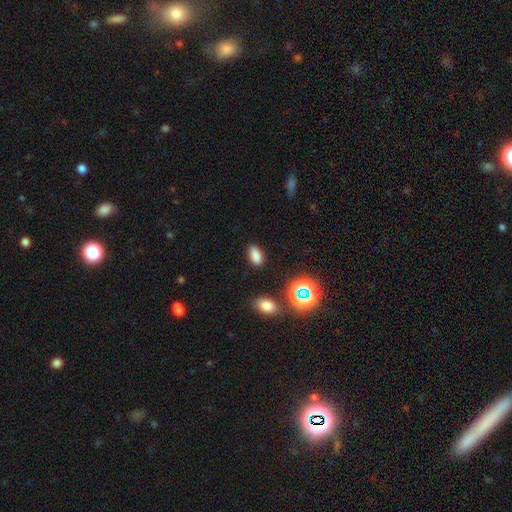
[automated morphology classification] This is likely a smooth galaxy (79%). How rounded: clearly in between (90%). Merging: clearly none (85%).